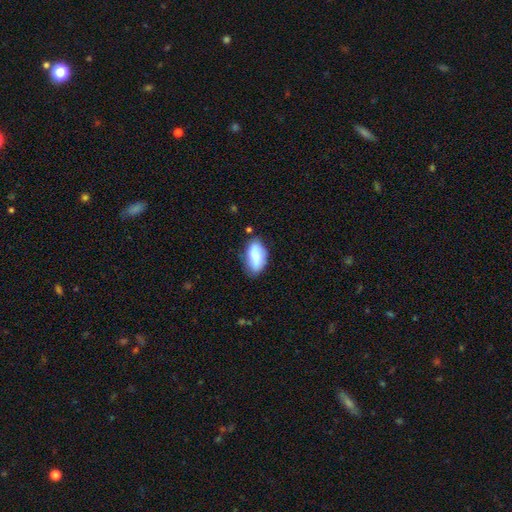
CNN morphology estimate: Smooth or featured? Predicted: smooth (p=0.77). How rounded? Predicted: in between (p=0.93). Merging? Predicted: none (p=0.67).